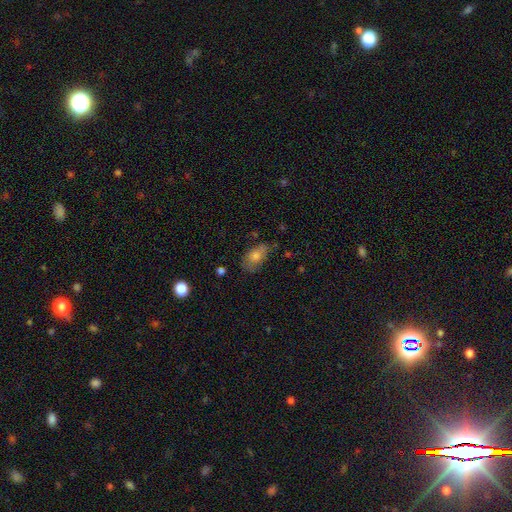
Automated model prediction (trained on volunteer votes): Smooth or featured: smooth — 71% (featured or disk — 18%)
How rounded: in between — 87% (round — 8%)
Merging: none — 60% (minor disturbance — 28%)